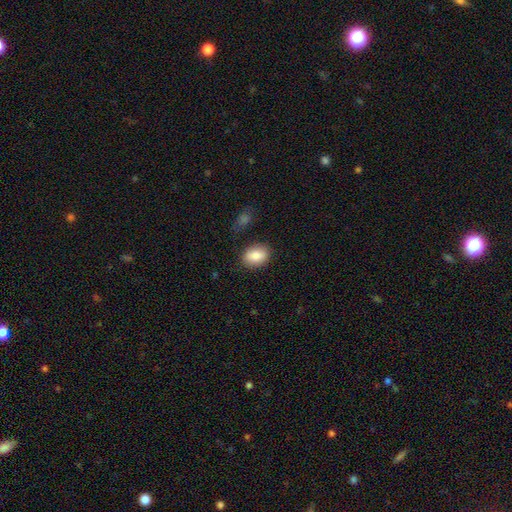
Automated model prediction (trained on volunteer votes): Overall: smooth (86%). How rounded: in between (74%). Merging: none (82%).